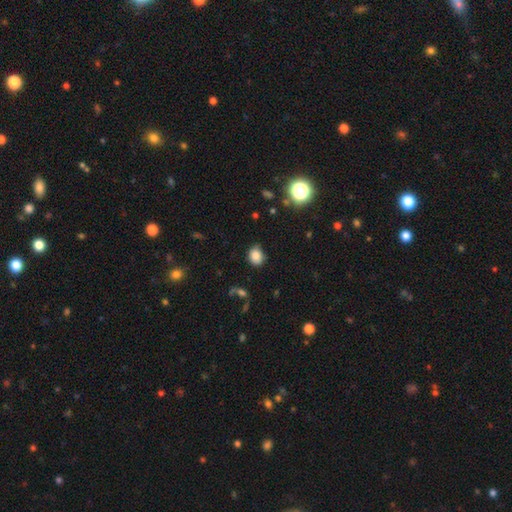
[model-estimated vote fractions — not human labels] A smooth galaxy with no disk features (82%) that is round (55%).

Vote fractions:
- Smooth or featured? smooth: 82% / star or artifact: 11% / featured or disk: 6%
- How rounded? round: 55% / in between: 44% / cigar-shaped: 1%
- Merging? none: 76% / minor disturbance: 19% / major disturbance: 3% / merger: 2%